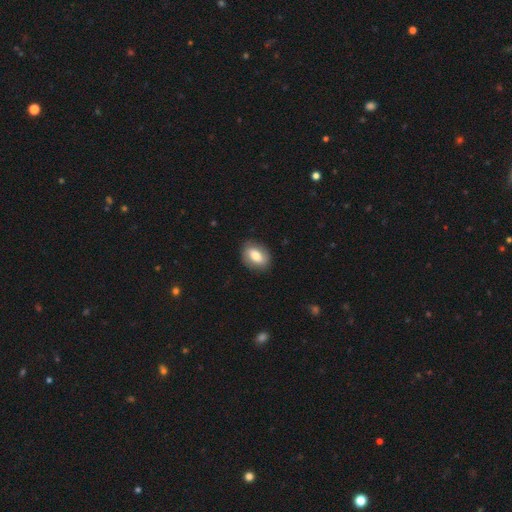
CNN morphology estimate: Smooth or featured? Predicted: smooth (p=0.71). How rounded? Predicted: in between (p=0.78). Merging? Predicted: none (p=0.83).